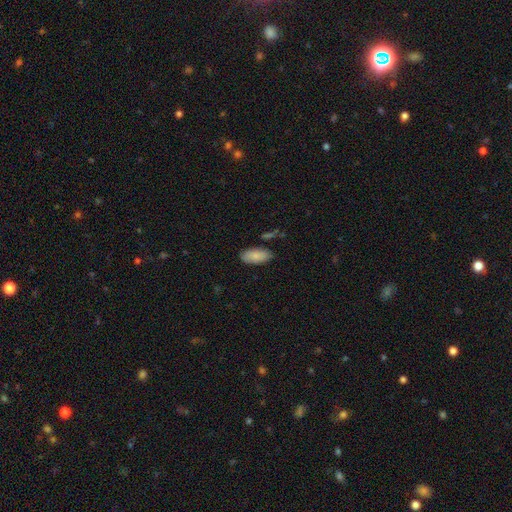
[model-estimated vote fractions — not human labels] Smooth or featured? Predicted: smooth (p=0.87). How rounded? Predicted: in between (p=0.90). Merging? Predicted: none (p=0.81).